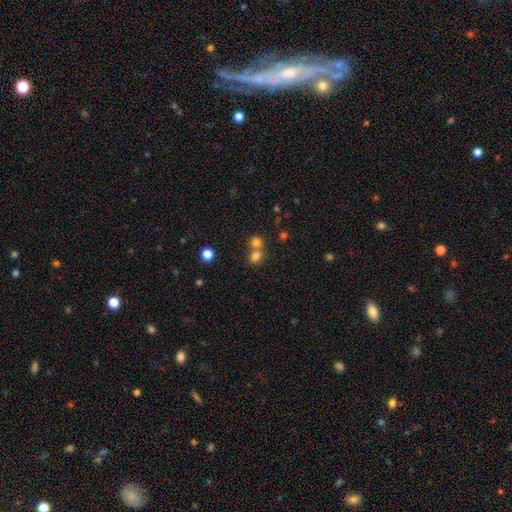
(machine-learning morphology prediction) A smooth galaxy with no disk features (77%) that is round (71%).

Vote fractions:
- Smooth or featured? smooth: 77% / star or artifact: 15% / featured or disk: 8%
- How rounded? round: 71% / in between: 28% / cigar-shaped: 1%
- Merging? merger: 47% / none: 44% / minor disturbance: 6% / major disturbance: 3%